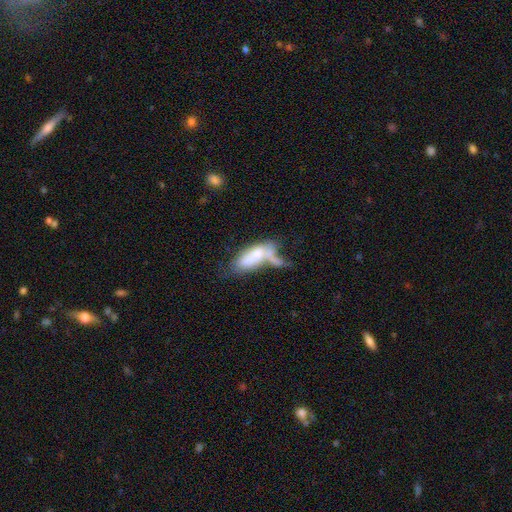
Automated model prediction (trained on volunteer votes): Smooth or featured? smooth (66%)
How rounded? in between (72%)
Merging? merger (47%)